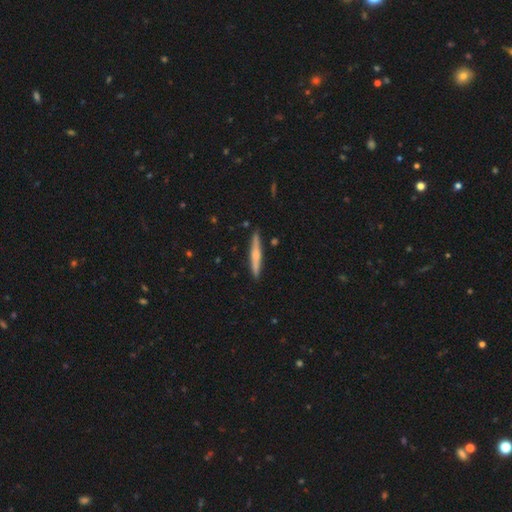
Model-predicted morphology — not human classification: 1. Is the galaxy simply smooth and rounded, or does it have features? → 47% featured or disk (tied), 47% smooth (tied), 6% star or artifact.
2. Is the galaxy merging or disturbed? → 90% none, 7% minor disturbance, 1% merger, 1% major disturbance.